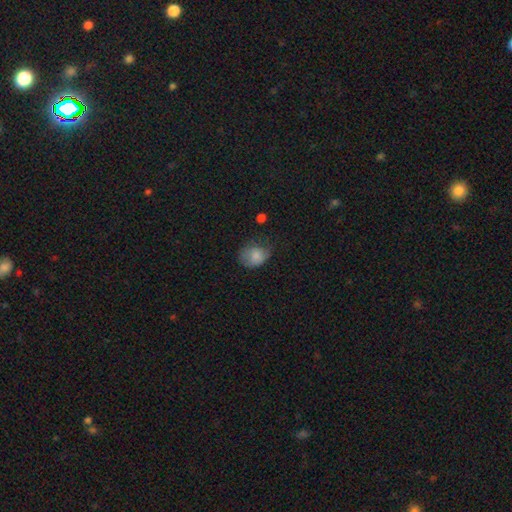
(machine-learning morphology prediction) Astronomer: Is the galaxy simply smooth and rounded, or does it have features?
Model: smooth — 81%.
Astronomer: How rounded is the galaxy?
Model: in between — 56% (runner-up: round, 43%).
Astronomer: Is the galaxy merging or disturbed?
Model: none — 50% (runner-up: minor disturbance, 35%).